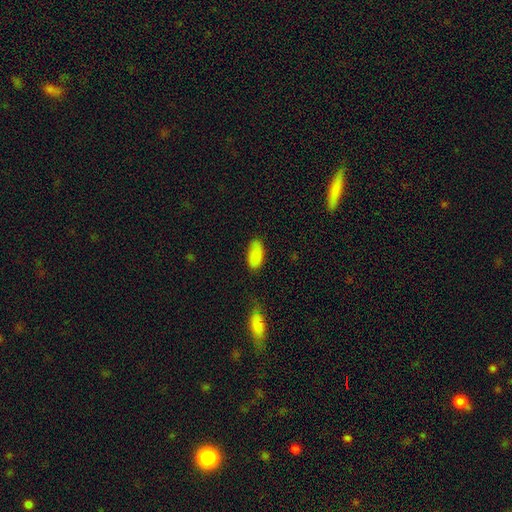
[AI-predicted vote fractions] A smooth galaxy with no disk features (88%) that is in between round and cigar-shaped (92%). Merging: none (75%).